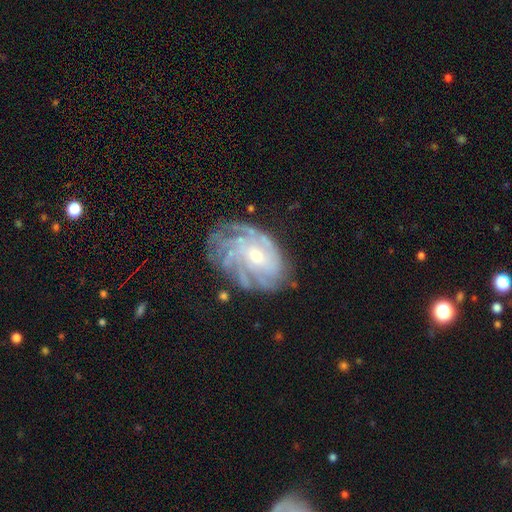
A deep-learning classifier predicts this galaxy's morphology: smooth_or_featured: featured or disk (p=0.83) [alt: smooth p=0.10]
disk_edge_on: no (p=0.97) [alt: yes p=0.03]
bar: no (p=0.72) [alt: weak p=0.24]
has_spiral_arms: yes (p=0.93) [alt: no p=0.07]
spiral_winding: tight (p=0.63) [alt: medium p=0.29]
spiral_arm_count: can't tell (p=0.35) [alt: 4 p=0.21]
bulge_size: small (p=0.50) [alt: moderate p=0.43]
merging: none (p=0.67) [alt: minor disturbance p=0.20]